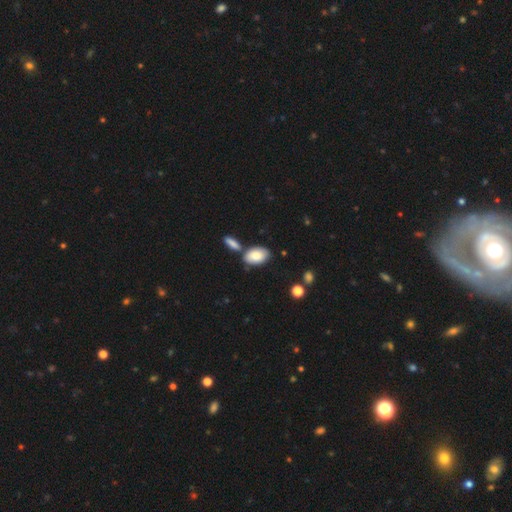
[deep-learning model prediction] Smooth or featured?
  - smooth: 84% *
  - featured or disk: 10%
  - star or artifact: 6%
How rounded?
  - in between: 93% *
  - round: 5%
  - cigar-shaped: 2%
Merging?
  - none: 64% *
  - merger: 18%
  - minor disturbance: 14%
  - major disturbance: 4%